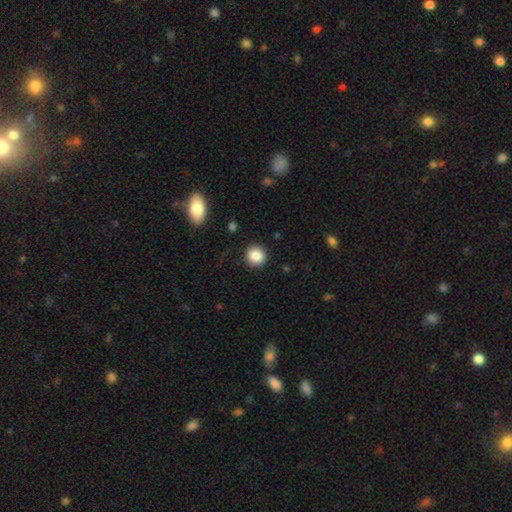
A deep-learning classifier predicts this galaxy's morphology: Overall: smooth (86%). How rounded: round (91%). Merging: none (90%).